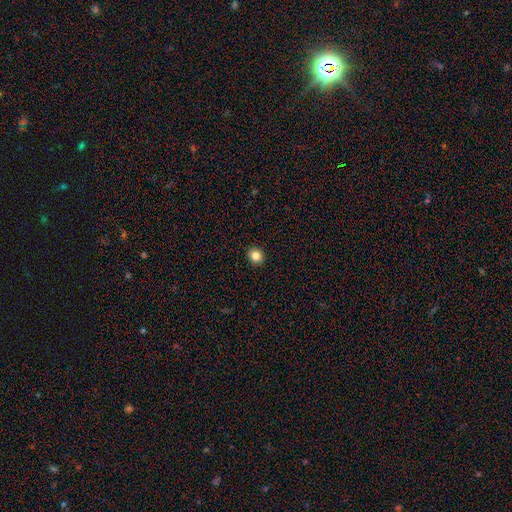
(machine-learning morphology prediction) Smooth or featured: smooth — 84% (star or artifact — 11%)
How rounded: round — 77% (in between — 22%)
Merging: none — 92% (minor disturbance — 5%)